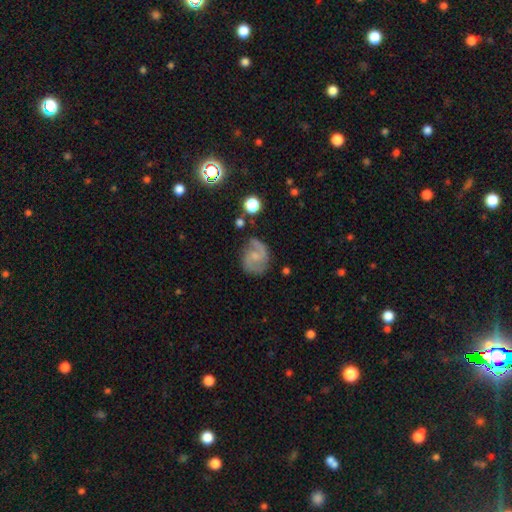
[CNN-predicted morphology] A featured or disk galaxy (77%) with no bar (51%), 2 (87%) medium (52%) spiral arms (94%) and a small central bulge (57%). Merging: none (71%).